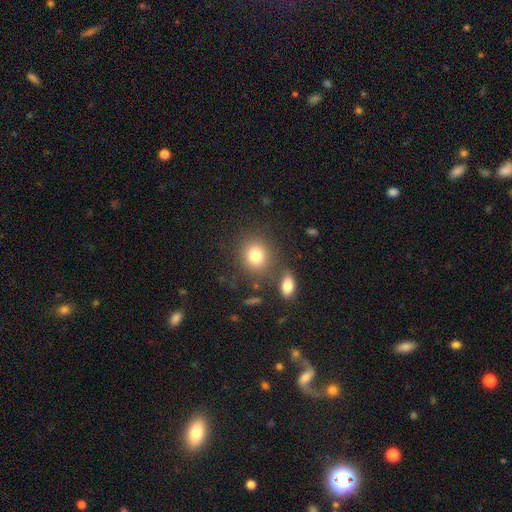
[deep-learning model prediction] This is clearly a smooth galaxy (82%). How rounded: likely round (74%). Merging: likely none (75%).